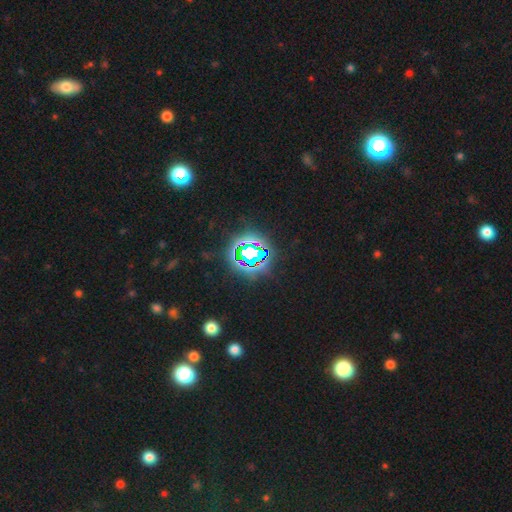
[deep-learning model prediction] A star or artifact, not a galaxy (76%).